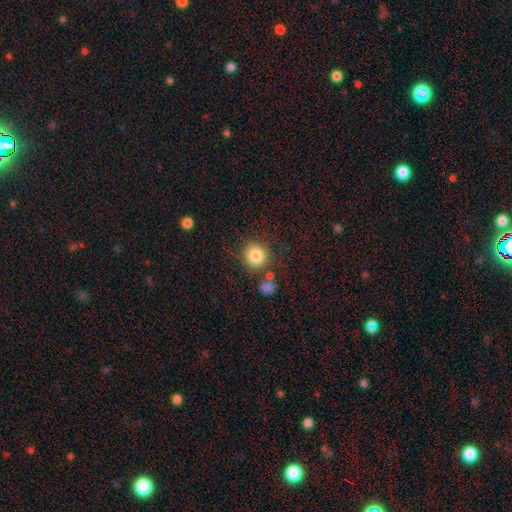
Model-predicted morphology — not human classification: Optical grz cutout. It shows a smooth galaxy with no disk features (83%) that is round (92%). Merging: none (75%).